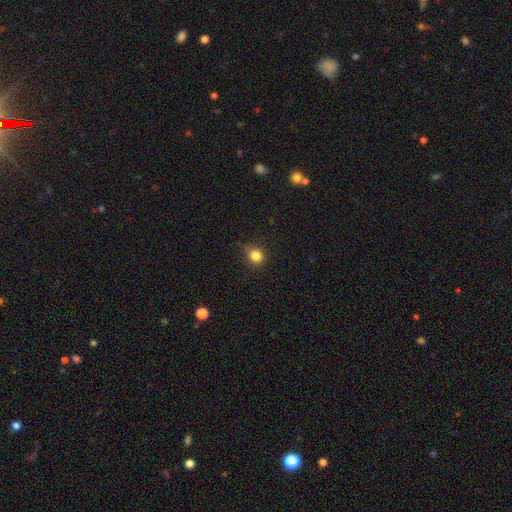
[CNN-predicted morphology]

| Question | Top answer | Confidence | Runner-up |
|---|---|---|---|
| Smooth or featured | smooth | 84% | star or artifact (12%) |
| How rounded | round | 73% | in between (26%) |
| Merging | none | 72% | minor disturbance (21%) |